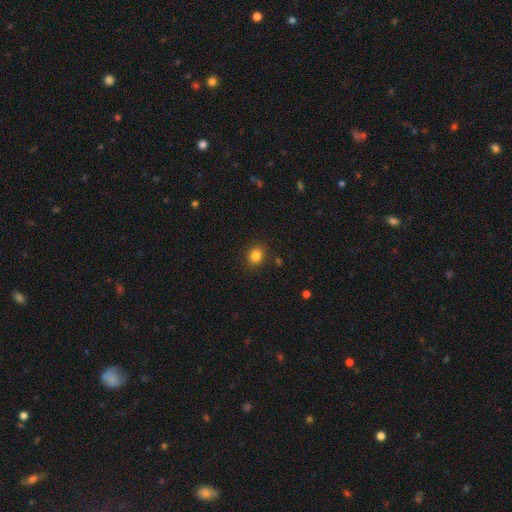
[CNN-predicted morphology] smooth_or_featured: smooth (p=0.83) [alt: star or artifact p=0.12]
how_rounded: round (p=0.65) [alt: in between p=0.34]
merging: none (p=0.89) [alt: minor disturbance p=0.08]